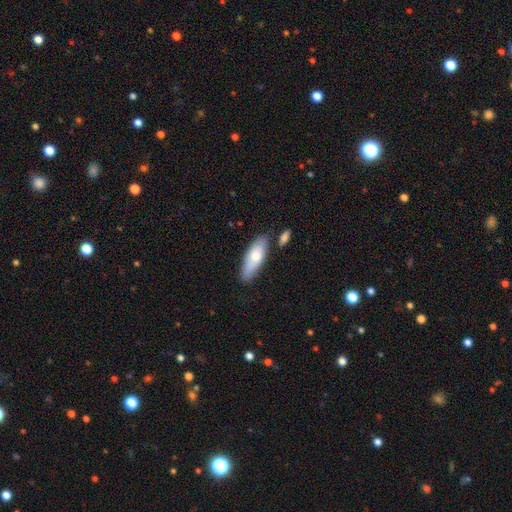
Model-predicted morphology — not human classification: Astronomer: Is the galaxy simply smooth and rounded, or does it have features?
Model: smooth — 66%.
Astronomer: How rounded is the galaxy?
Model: in between — 68%.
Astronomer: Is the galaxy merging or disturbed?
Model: none — 74%.